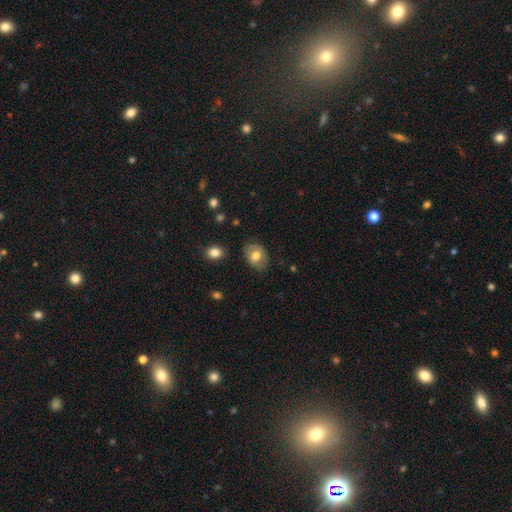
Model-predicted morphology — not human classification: smooth_or_featured: smooth (p=0.68) [alt: featured or disk p=0.24]
how_rounded: in between (p=0.65) [alt: round p=0.34]
merging: none (p=0.78) [alt: minor disturbance p=0.16]